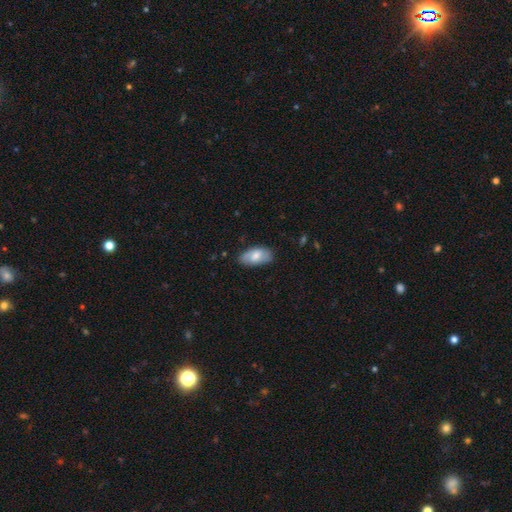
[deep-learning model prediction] smooth-or-featured: smooth: 71% | featured or disk: 23% | star or artifact: 6%
  how-rounded: in between: 94% | cigar-shaped: 3% | round: 3%
  merging: none: 74% | minor disturbance: 21% | major disturbance: 4% | merger: 1%